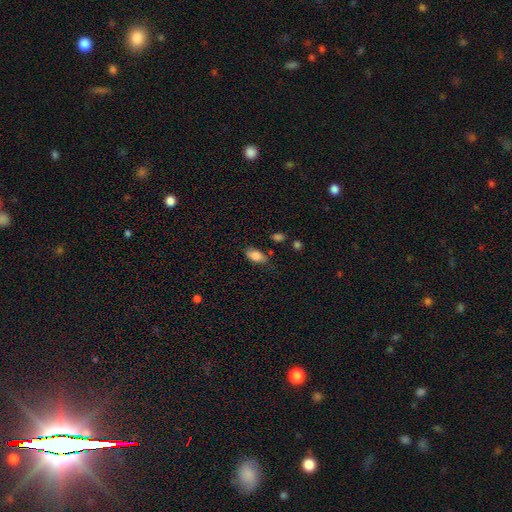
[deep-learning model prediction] Smooth or featured? smooth (81%)
How rounded? in between (91%)
Merging? none (75%)